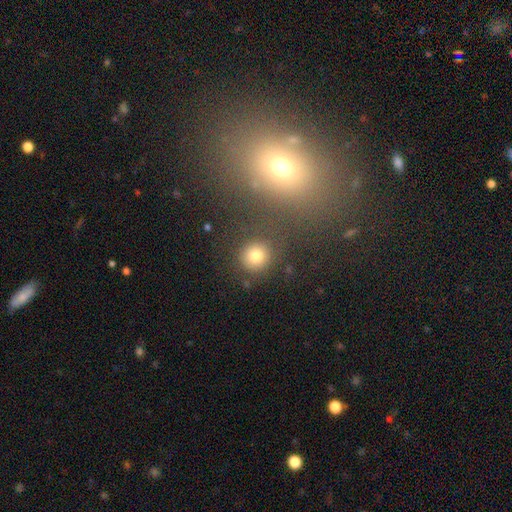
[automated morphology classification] The model was most divided on "smooth or featured": smooth: 78%, star or artifact: 14%, featured or disk: 8%. More confident: how rounded — round (91%); merging — none (84%).